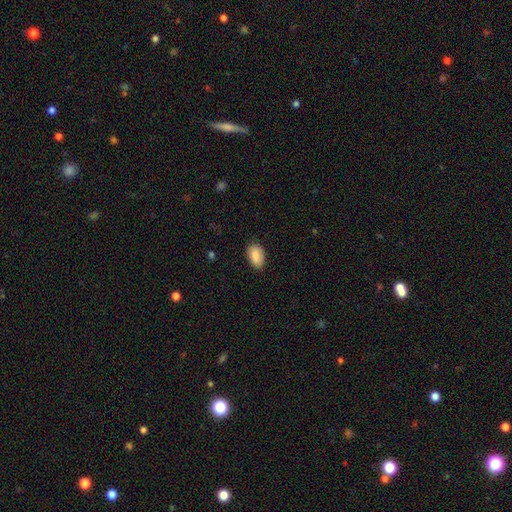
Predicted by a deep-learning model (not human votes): Overall: smooth (89%). How rounded: in between (91%). Merging: none (85%).